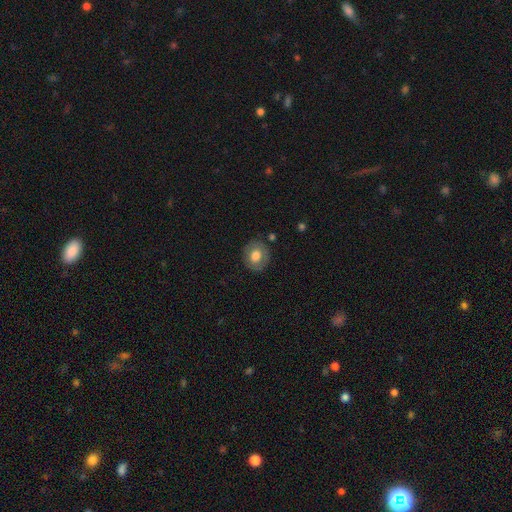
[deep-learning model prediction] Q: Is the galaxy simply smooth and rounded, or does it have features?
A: smooth — 68%.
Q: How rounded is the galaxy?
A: round — 73%.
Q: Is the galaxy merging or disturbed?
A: none — 83%.